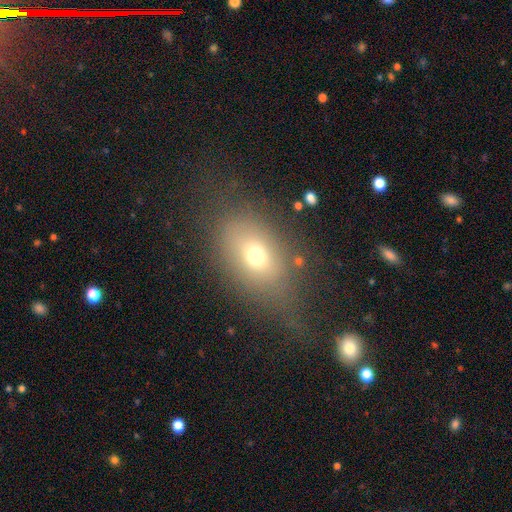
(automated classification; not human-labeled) The model was most divided on "merging": none: 50%, major disturbance: 23%, minor disturbance: 22%, merger: 4%. More confident: how rounded — in between (74%); smooth or featured — smooth (68%).